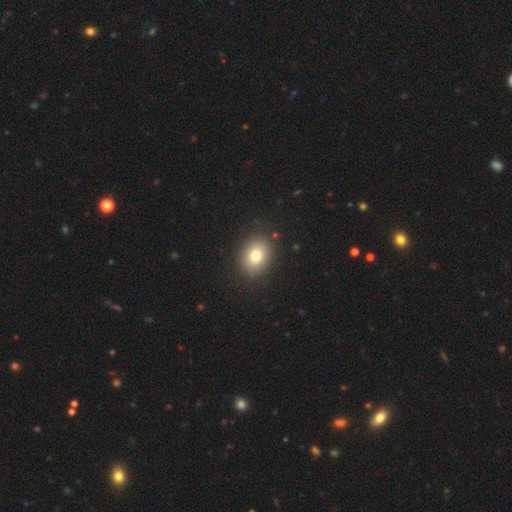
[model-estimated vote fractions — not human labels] Smooth or featured? smooth (79%)
How rounded? in between (59%)
Merging? none (88%)